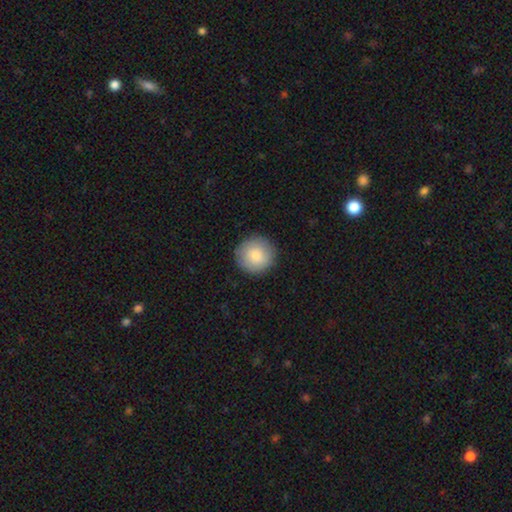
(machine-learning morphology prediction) smooth-or-featured: smooth: 85% | featured or disk: 8% | star or artifact: 7%
  how-rounded: round: 95% | in between: 4% | cigar-shaped: 1%
  merging: none: 90% | minor disturbance: 7% | major disturbance: 2% | merger: 1%